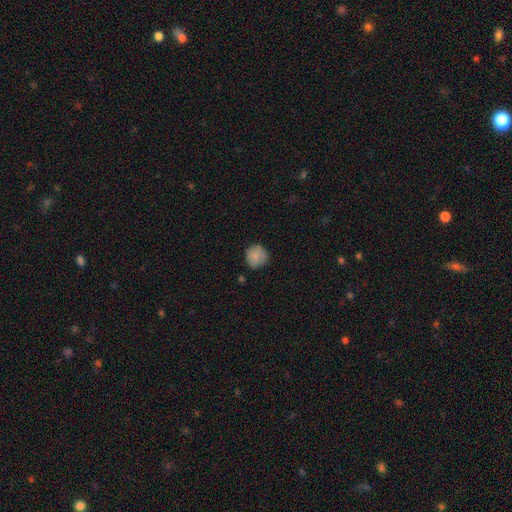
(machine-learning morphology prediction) This is clearly a smooth galaxy (83%). How rounded: clearly round (90%). Merging: likely none (79%).